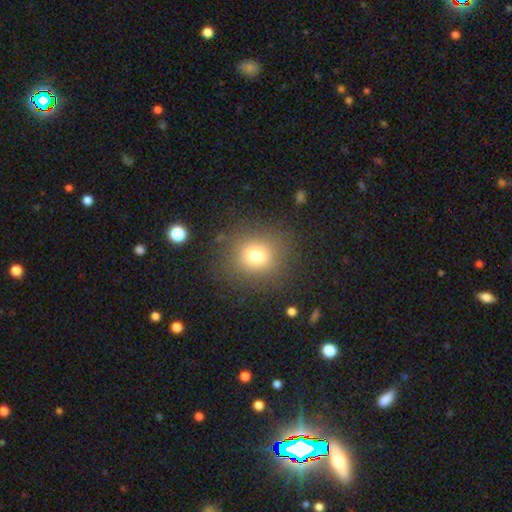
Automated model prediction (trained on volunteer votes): Smooth or featured: smooth — 73% (star or artifact — 17%)
How rounded: round — 87% (in between — 12%)
Merging: none — 85% (minor disturbance — 9%)